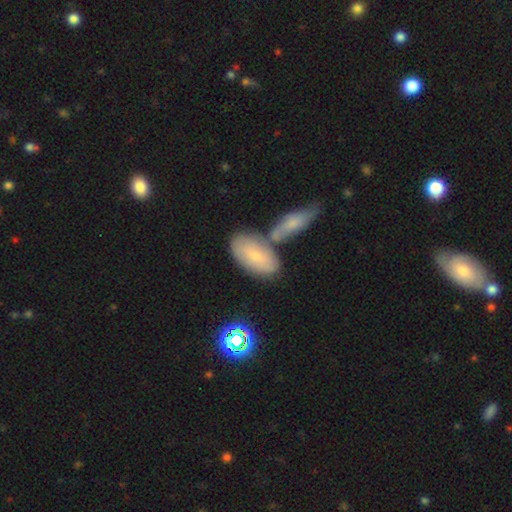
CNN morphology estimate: Smooth or featured? smooth (67%)
How rounded? in between (91%)
Merging? none (53%)